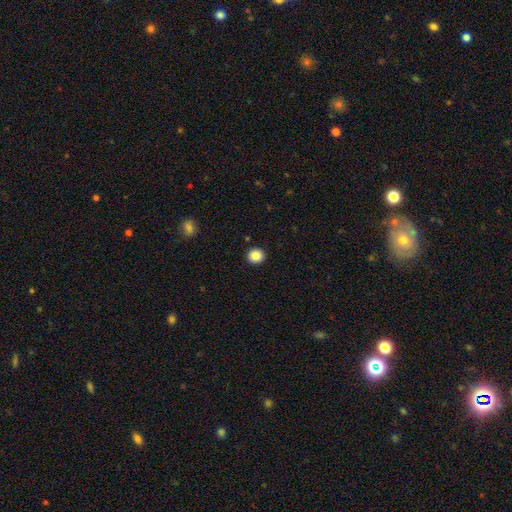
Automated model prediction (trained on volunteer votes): This is clearly a smooth galaxy (87%). How rounded: clearly round (87%). Merging: clearly none (92%).